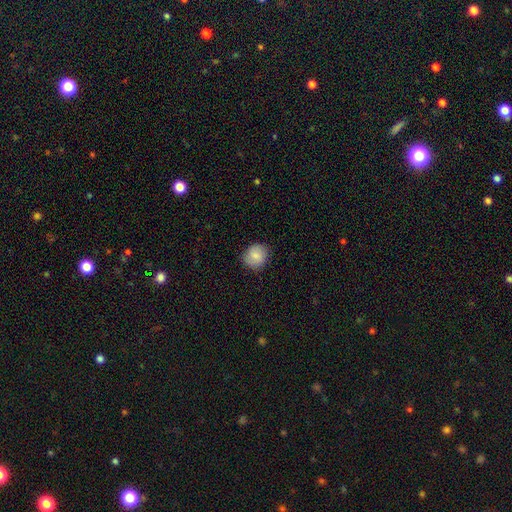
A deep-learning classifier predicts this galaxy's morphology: Smooth or featured? smooth (79%)
How rounded? round (76%)
Merging? none (82%)